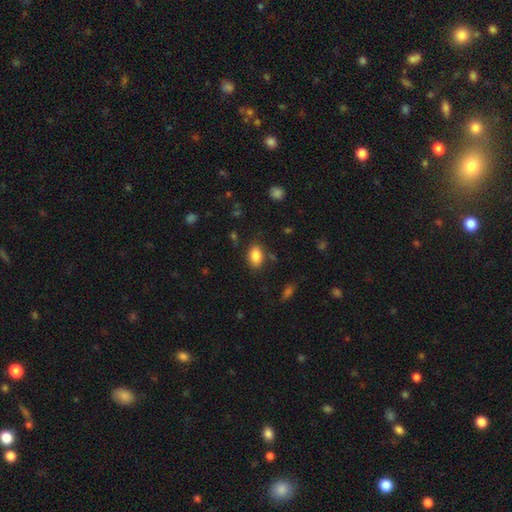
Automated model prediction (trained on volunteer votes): Smooth or featured: smooth — 85% (star or artifact — 8%)
How rounded: in between — 86% (round — 13%)
Merging: none — 78% (minor disturbance — 14%)